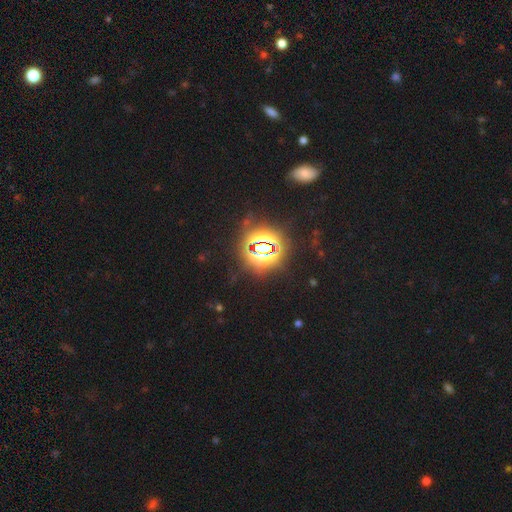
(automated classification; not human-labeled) Smooth or featured? Predicted: star or artifact (p=0.81).